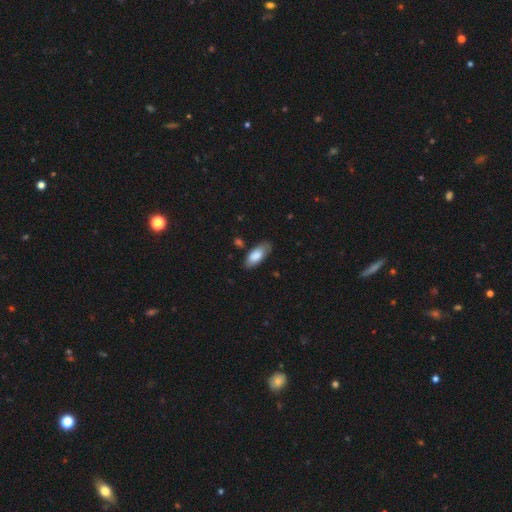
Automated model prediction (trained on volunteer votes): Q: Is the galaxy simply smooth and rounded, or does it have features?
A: smooth — 82%.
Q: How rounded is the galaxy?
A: in between — 85%.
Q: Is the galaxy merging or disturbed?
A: none — 77%.